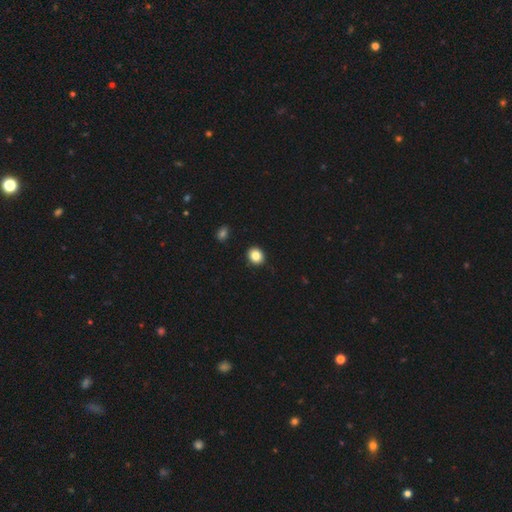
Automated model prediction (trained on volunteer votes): The model was most divided on "how rounded": round: 73%, in between: 27%, cigar-shaped: 1%. More confident: merging — none (91%); smooth or featured — smooth (84%).